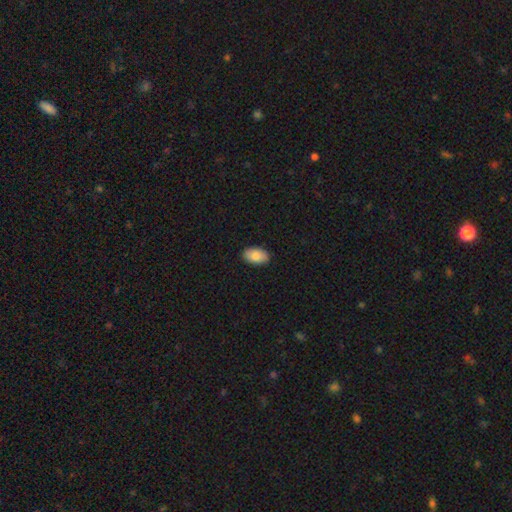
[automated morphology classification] Smooth or featured?
  - smooth: 87% *
  - featured or disk: 7%
  - star or artifact: 6%
How rounded?
  - in between: 94% *
  - round: 5%
  - cigar-shaped: 1%
Merging?
  - none: 90% *
  - minor disturbance: 8%
  - major disturbance: 2%
  - merger: 1%